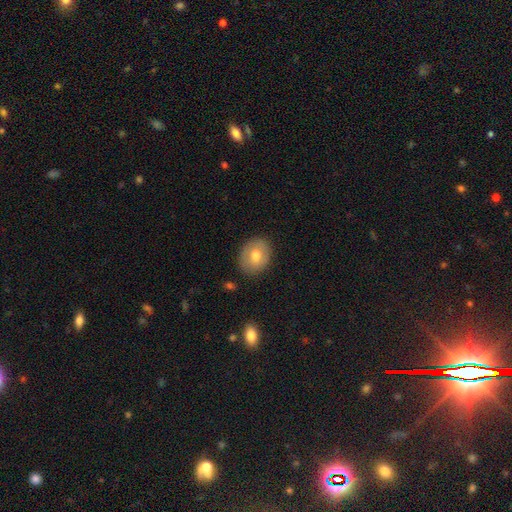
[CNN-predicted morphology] smooth 69%, featured or disk 23%, star or artifact 8%. Down the decision tree: how rounded — round (51%); merging — none (85%).